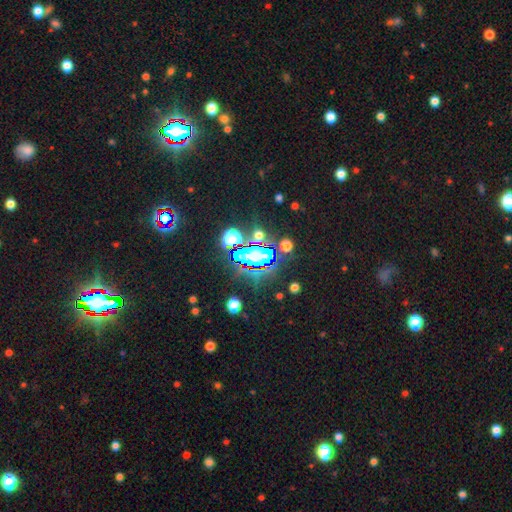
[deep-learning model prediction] This is likely a star or artifact rather than a galaxy (64%).